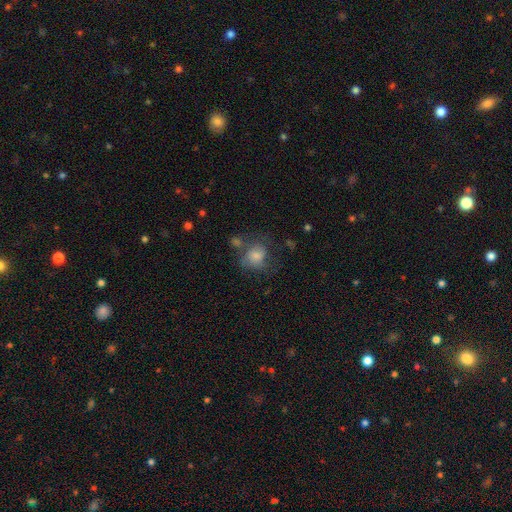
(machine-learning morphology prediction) Smooth or featured? Predicted: smooth (p=0.63). How rounded? Predicted: round (p=0.62). Merging? Predicted: none (p=0.49).